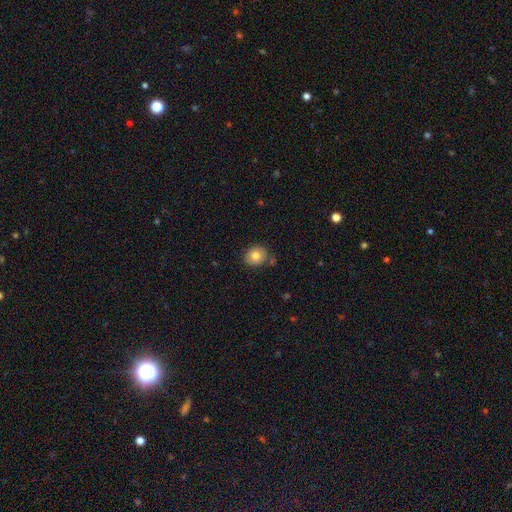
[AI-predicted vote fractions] Smooth or featured?
  - smooth: 80% *
  - featured or disk: 11%
  - star or artifact: 9%
How rounded?
  - round: 76% *
  - in between: 24%
  - cigar-shaped: 1%
Merging?
  - none: 79% *
  - minor disturbance: 12%
  - merger: 6%
  - major disturbance: 3%